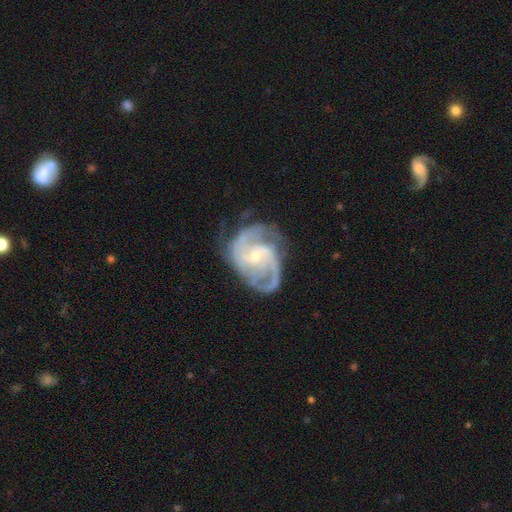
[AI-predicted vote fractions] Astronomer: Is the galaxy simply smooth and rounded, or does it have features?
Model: featured or disk — 90%.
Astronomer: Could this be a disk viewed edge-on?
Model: no — 98%.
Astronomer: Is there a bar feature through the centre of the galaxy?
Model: weak — 44% (runner-up: no, 43%).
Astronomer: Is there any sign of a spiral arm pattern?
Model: yes — 97%.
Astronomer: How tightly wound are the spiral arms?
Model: medium — 52% (runner-up: tight, 34%).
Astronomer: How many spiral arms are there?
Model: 2 — 54%.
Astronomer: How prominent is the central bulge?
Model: small — 63%.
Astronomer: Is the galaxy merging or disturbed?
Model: none — 65%.